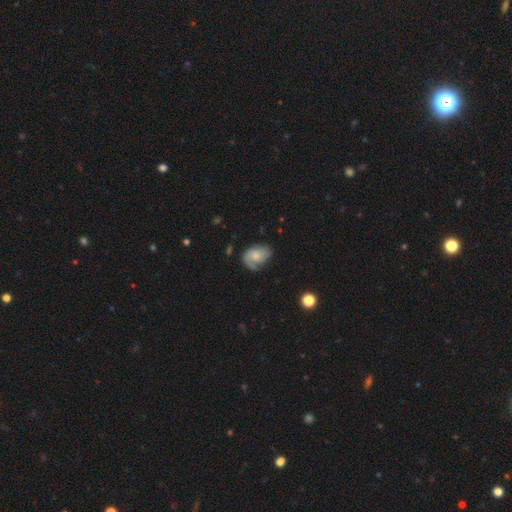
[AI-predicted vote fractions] The model was most divided on "smooth or featured": featured or disk: 49%, smooth: 43%, star or artifact: 7%. More confident: merging — none (57%).